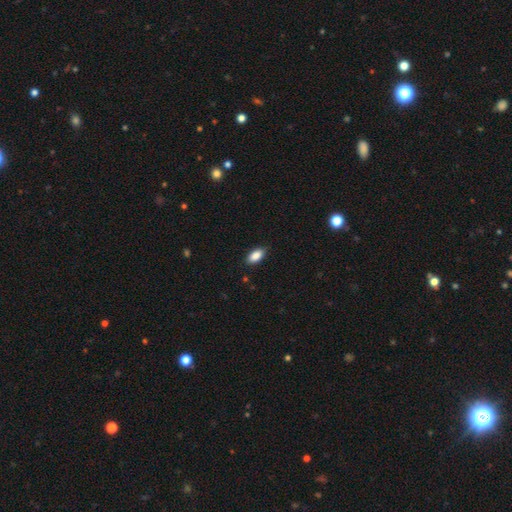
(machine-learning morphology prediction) Smooth or featured? smooth (87%)
How rounded? in between (92%)
Merging? none (87%)